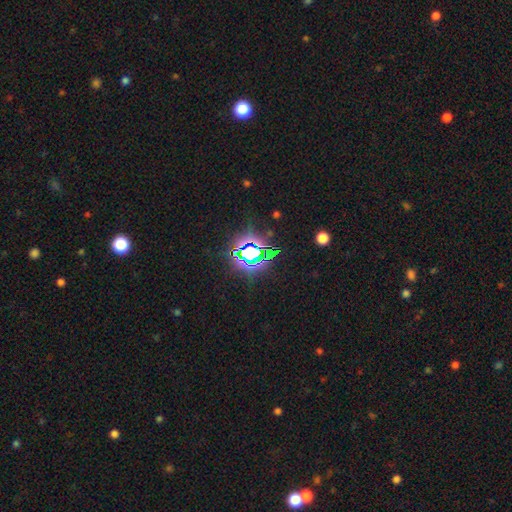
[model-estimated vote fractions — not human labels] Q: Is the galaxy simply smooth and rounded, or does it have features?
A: star or artifact — 82%.